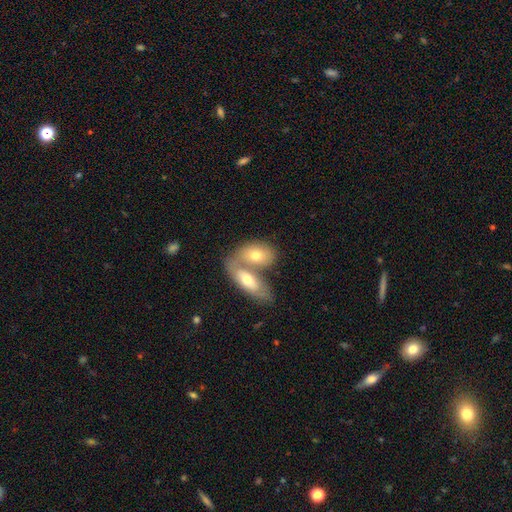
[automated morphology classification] A smooth galaxy with no disk features (65%) that is in between round and cigar-shaped (81%).

Vote fractions:
- Smooth or featured? smooth: 65% / featured or disk: 30% / star or artifact: 6%
- How rounded? in between: 81% / cigar-shaped: 10% / round: 9%
- Merging? merger: 65% / none: 25% / minor disturbance: 7% / major disturbance: 3%